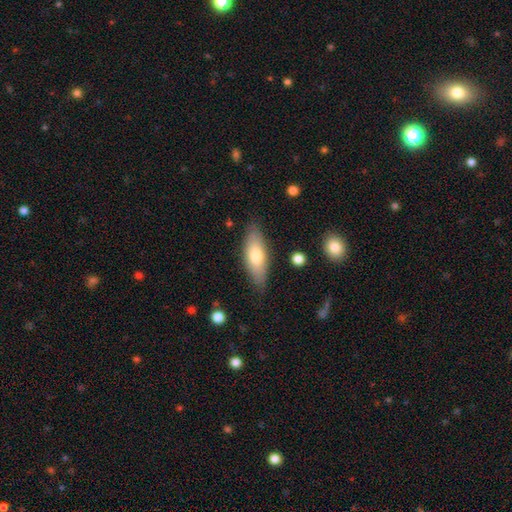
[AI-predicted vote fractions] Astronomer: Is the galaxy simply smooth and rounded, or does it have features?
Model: smooth — 71%.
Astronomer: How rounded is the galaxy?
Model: in between — 65%.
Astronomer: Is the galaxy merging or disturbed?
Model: none — 83%.